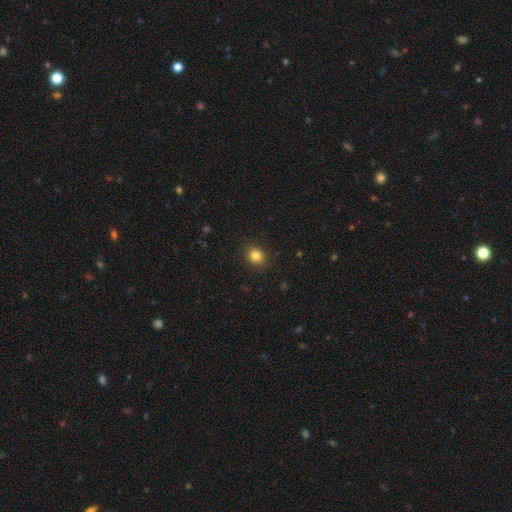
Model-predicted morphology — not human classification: type=smooth (84%); roundness=round (80%); merging=none (90%).